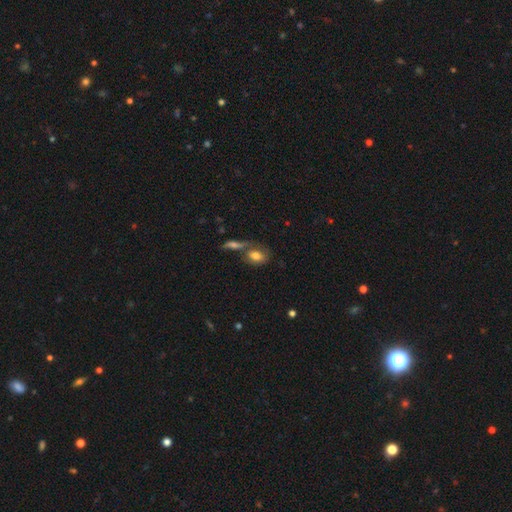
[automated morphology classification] This appears to be a smooth galaxy with no disk features (71%) that is in between round and cigar-shaped (78%). Merging: none (43%).